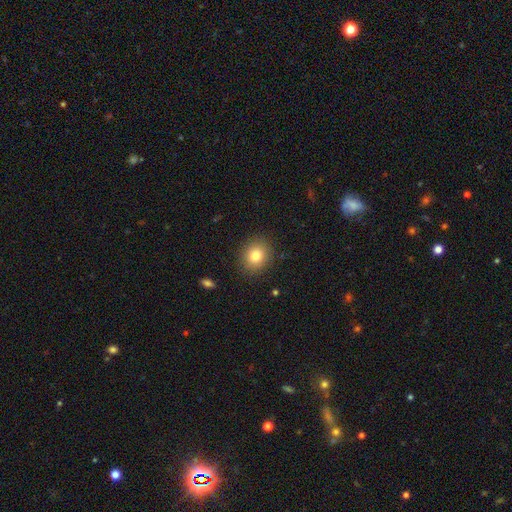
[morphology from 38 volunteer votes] Overall: smooth (82%). How rounded: round (74%). Merging: none (94%).